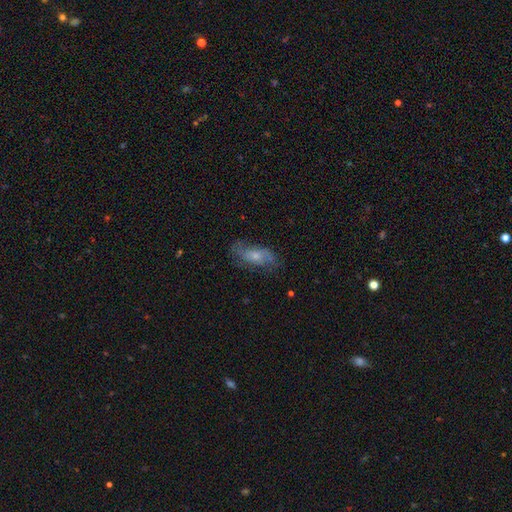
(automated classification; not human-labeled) smooth-or-featured: featured or disk: 55% | smooth: 36% | star or artifact: 9%
  disk-edge-on: no: 88% | yes: 12%
  merging: none: 64% | minor disturbance: 22% | major disturbance: 12% | merger: 2%